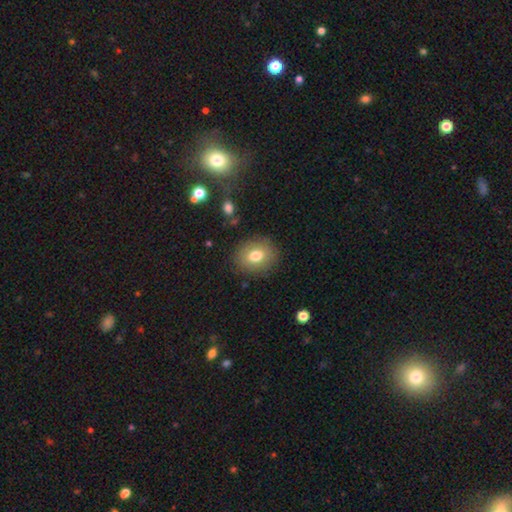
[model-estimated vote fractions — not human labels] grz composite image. It shows a smooth galaxy with no disk features (77%) that is round (57%). Merging: none (85%).